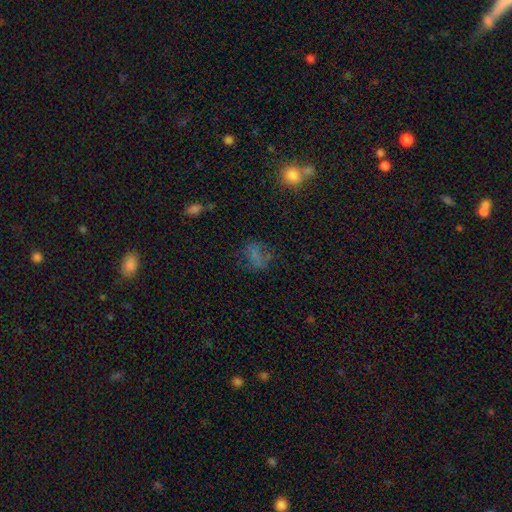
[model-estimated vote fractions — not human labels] Overall: smooth (57%; star or artifact 25%). How rounded: in between (58%; round 39%). Merging: none (59%; minor disturbance 21%).